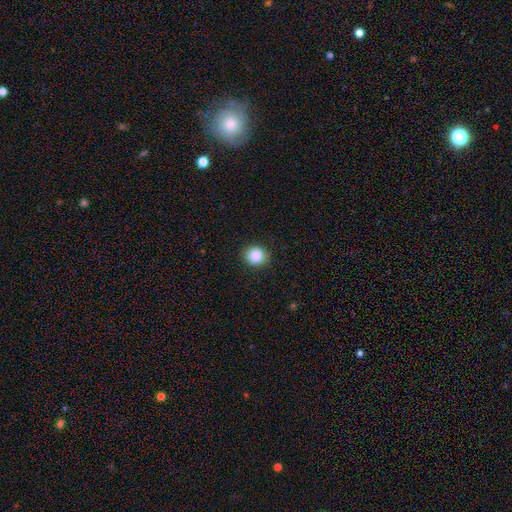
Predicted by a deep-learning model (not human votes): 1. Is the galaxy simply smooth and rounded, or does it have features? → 88% smooth, 9% star or artifact, 3% featured or disk.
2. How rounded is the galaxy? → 86% round, 13% in between, 1% cigar-shaped.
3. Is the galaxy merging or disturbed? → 89% none, 8% minor disturbance, 2% major disturbance, 1% merger.